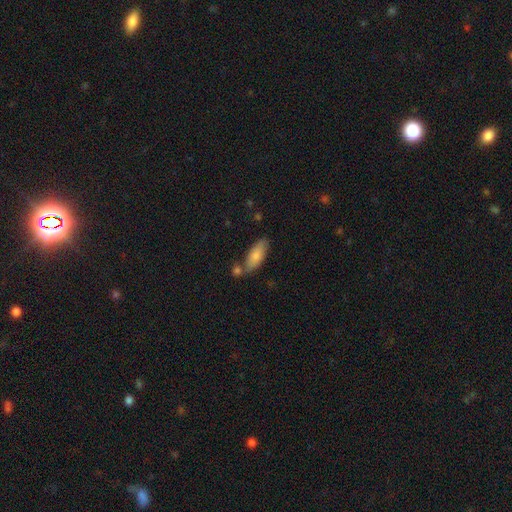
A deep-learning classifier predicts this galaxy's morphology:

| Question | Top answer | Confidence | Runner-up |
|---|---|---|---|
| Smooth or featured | smooth | 78% | featured or disk (16%) |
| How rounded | in between | 77% | cigar-shaped (21%) |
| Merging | none | 61% | merger (18%) |